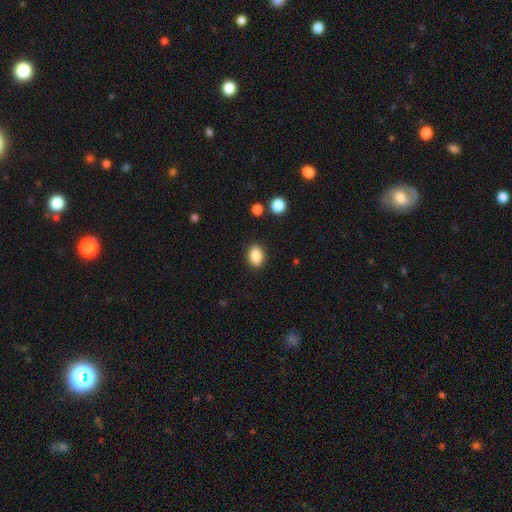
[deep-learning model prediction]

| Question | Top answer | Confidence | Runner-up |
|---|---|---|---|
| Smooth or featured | smooth | 87% | star or artifact (8%) |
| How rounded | in between | 75% | round (23%) |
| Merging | none | 88% | minor disturbance (8%) |